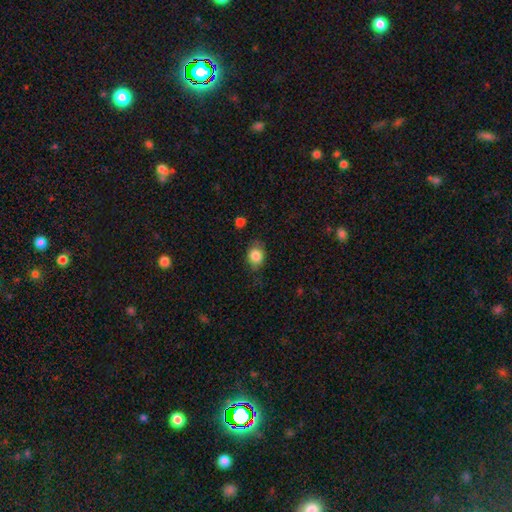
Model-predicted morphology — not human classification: A smooth galaxy with no disk features (84%) that is in between round and cigar-shaped (58%).

Vote fractions:
- Smooth or featured? smooth: 84% / featured or disk: 8% / star or artifact: 8%
- How rounded? in between: 58% / round: 41% / cigar-shaped: 1%
- Merging? none: 72% / minor disturbance: 21% / major disturbance: 6% / merger: 2%